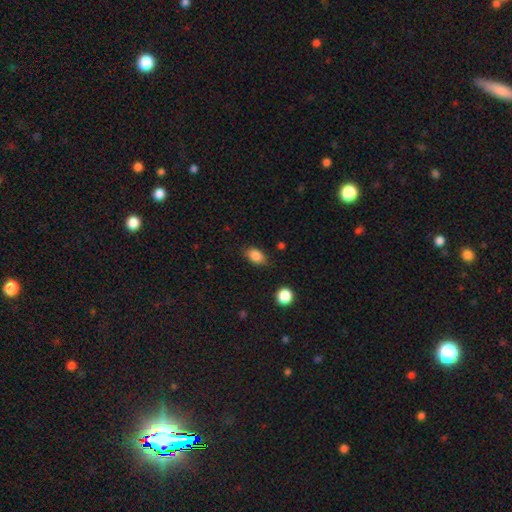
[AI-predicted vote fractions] smooth_or_featured: smooth (p=0.86) [alt: star or artifact p=0.09]
how_rounded: in between (p=0.83) [alt: round p=0.14]
merging: none (p=0.79) [alt: minor disturbance p=0.15]